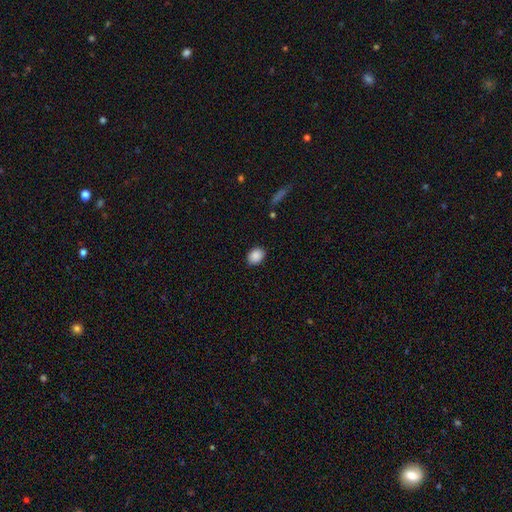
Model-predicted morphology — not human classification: A smooth galaxy with no disk features (89%) that is in between round and cigar-shaped (67%). Merging: none (88%).